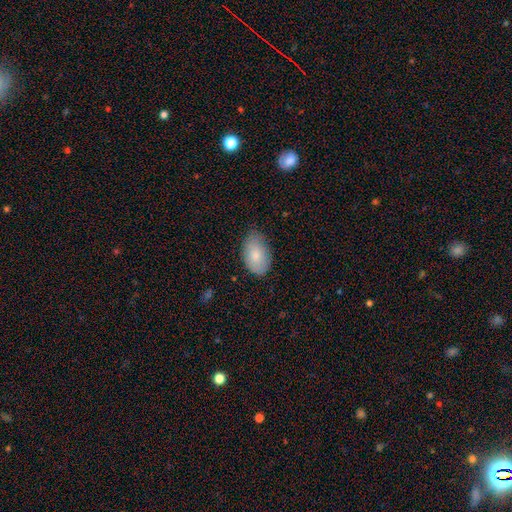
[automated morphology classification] This is clearly a smooth galaxy (82%). How rounded: clearly in between (93%). Merging: likely none (68%).